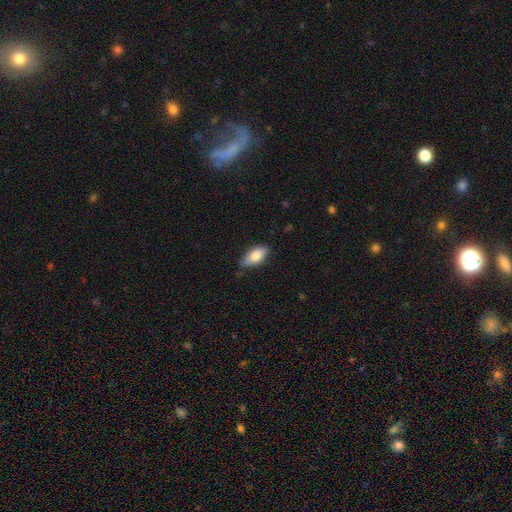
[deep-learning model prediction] Smooth or featured?
  - smooth: 77% *
  - featured or disk: 17%
  - star or artifact: 6%
How rounded?
  - in between: 85% *
  - cigar-shaped: 12%
  - round: 3%
Merging?
  - none: 74% *
  - minor disturbance: 22%
  - major disturbance: 3%
  - merger: 1%